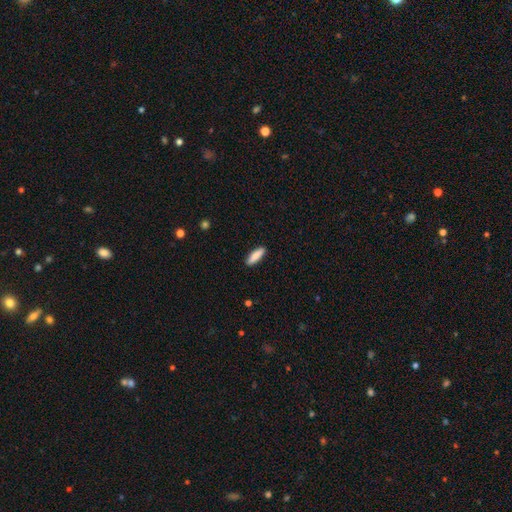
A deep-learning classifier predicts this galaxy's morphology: A smooth galaxy with no disk features (84%) that is cigar-shaped (58%).

Vote fractions:
- Smooth or featured? smooth: 84% / featured or disk: 11% / star or artifact: 6%
- How rounded? cigar-shaped: 58% / in between: 40% / round: 2%
- Merging? none: 90% / minor disturbance: 8% / major disturbance: 2% / merger: 1%